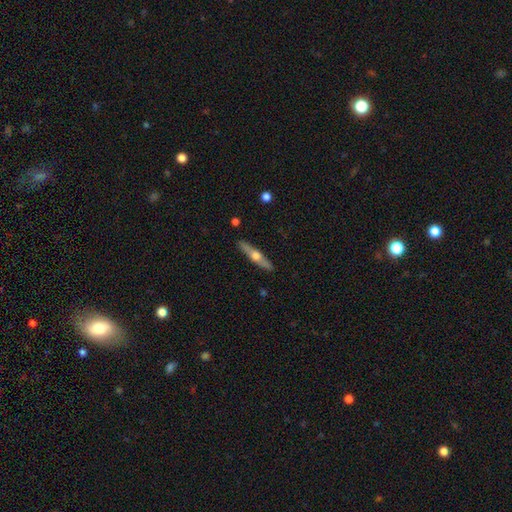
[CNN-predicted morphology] featured or disk 60%, smooth 34%, star or artifact 5%. Down the decision tree: edge-on disk — yes (94%); edge-on bulge — rounded (94%); merging — none (90%).